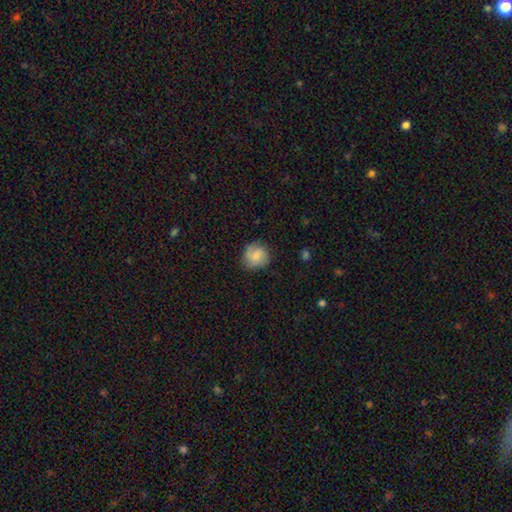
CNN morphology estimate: Smooth or featured: smooth — 79% (featured or disk — 14%)
How rounded: round — 88% (in between — 12%)
Merging: none — 77% (minor disturbance — 18%)